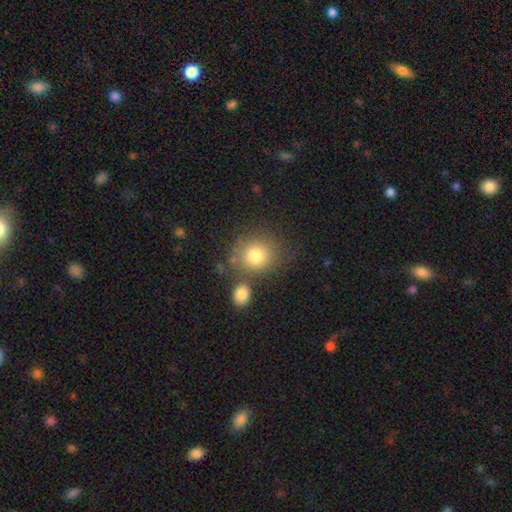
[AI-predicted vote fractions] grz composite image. It shows a smooth galaxy with no disk features (79%) that is round (82%). Merging: none (67%).